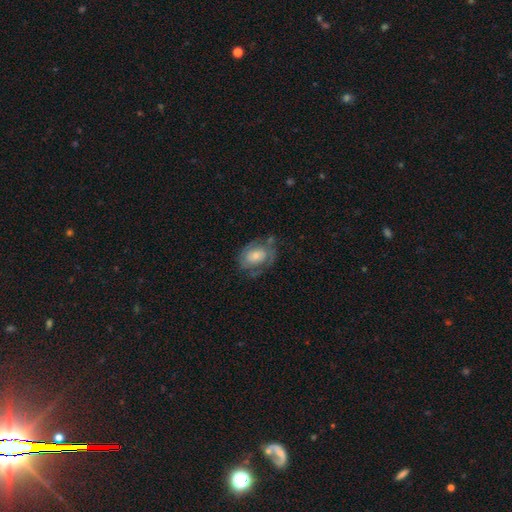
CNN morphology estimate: type=featured or disk (51%); edge-on=no (96%); merging=none (52%).